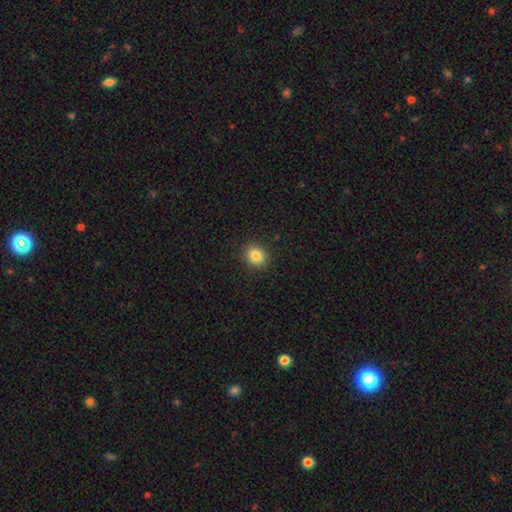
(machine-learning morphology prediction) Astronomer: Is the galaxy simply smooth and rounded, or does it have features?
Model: smooth — 84%.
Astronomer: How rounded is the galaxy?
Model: round — 81%.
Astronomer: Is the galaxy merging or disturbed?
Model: none — 91%.